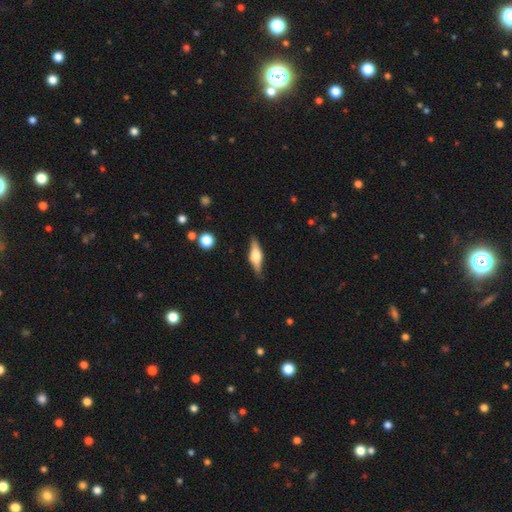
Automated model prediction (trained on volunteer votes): Smooth or featured? featured or disk (60%)
Edge-on disk? yes (95%)
Edge-on bulge? rounded (86%)
Merging? none (85%)